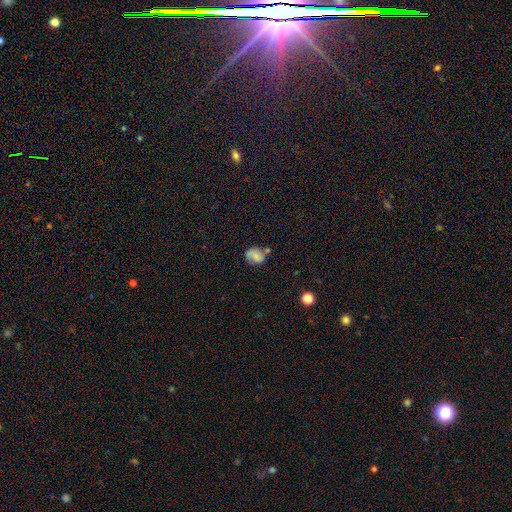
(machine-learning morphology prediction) This appears to be a smooth galaxy with no disk features (69%) that is in between round and cigar-shaped (54%). Merging: none (47%).